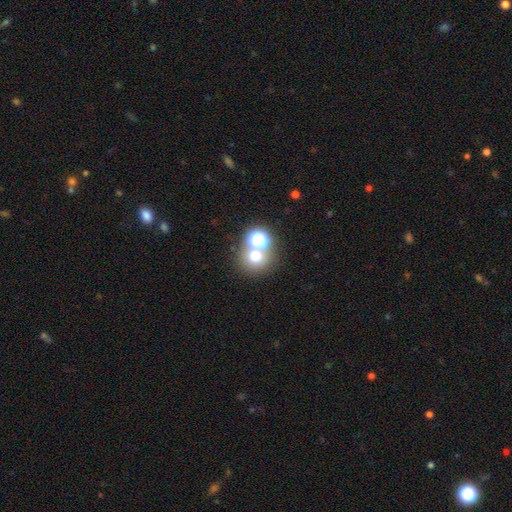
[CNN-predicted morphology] type=smooth (65%); roundness=round (84%); merging=none (54%).